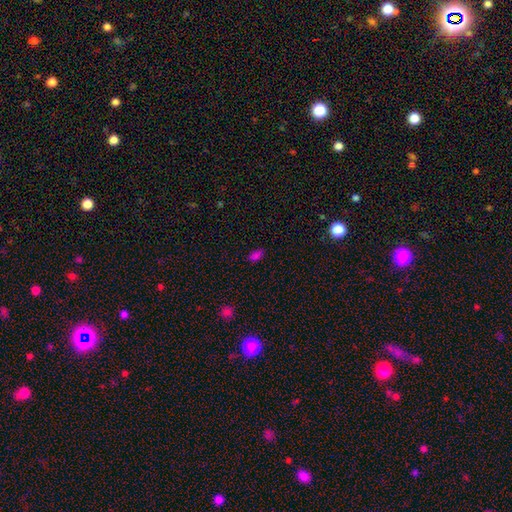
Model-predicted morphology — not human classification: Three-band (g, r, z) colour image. It shows a smooth galaxy with no disk features (78%) that is in between round and cigar-shaped (91%). Merging: none (84%).